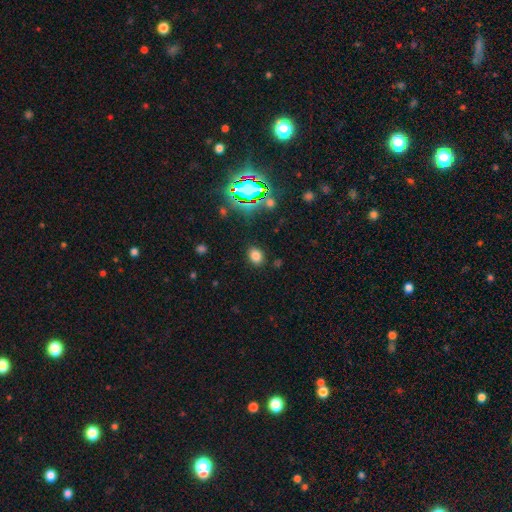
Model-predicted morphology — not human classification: type=smooth (75%); roundness=in between (58%); merging=none (86%).